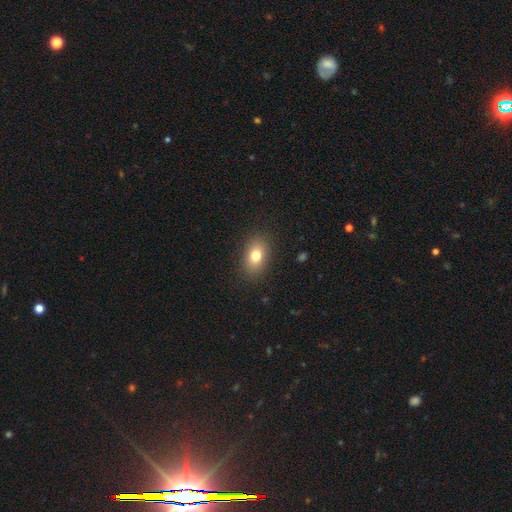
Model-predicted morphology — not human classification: A smooth galaxy with no disk features (78%) that is in between round and cigar-shaped (82%). Merging: none (87%).